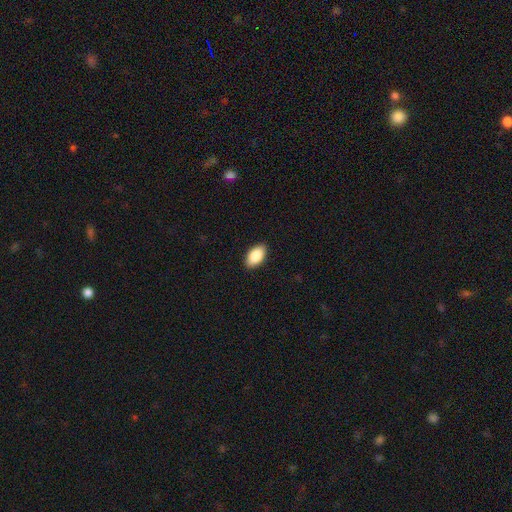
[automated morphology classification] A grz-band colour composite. It shows a smooth galaxy with no disk features (89%) that is in between round and cigar-shaped (94%). Merging: none (89%).